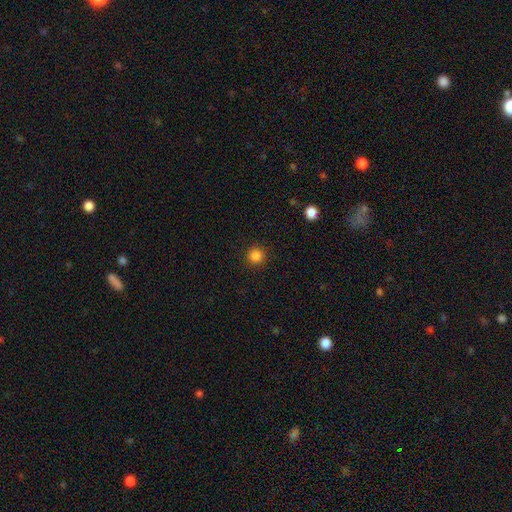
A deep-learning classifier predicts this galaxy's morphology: A smooth galaxy with no disk features (85%) that is round (95%). Merging: none (92%).